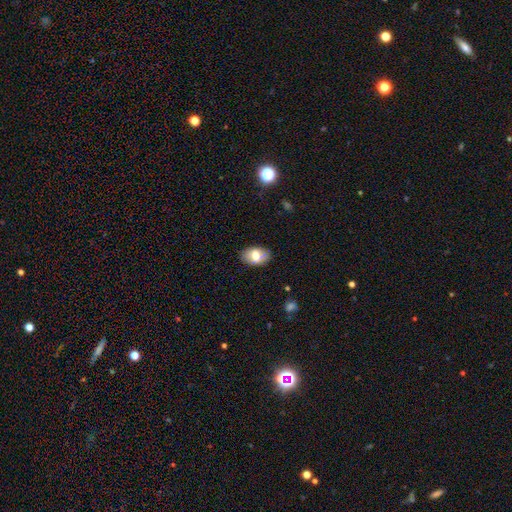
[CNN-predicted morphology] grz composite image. It shows a smooth galaxy with no disk features (71%) that is in between round and cigar-shaped (88%). Merging: none (84%).